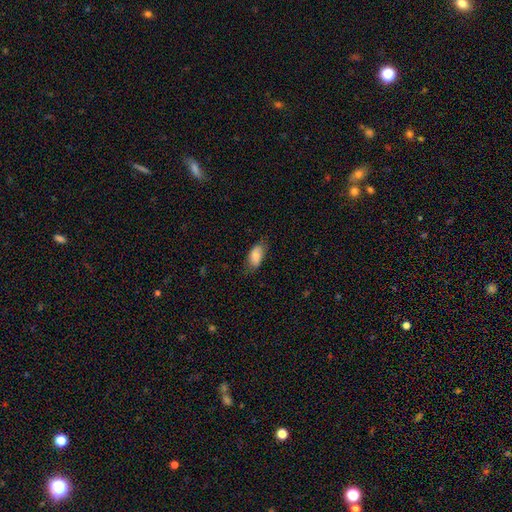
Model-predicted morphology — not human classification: Smooth or featured?
  - smooth: 82% *
  - featured or disk: 12%
  - star or artifact: 7%
How rounded?
  - in between: 92% *
  - cigar-shaped: 4%
  - round: 4%
Merging?
  - none: 71% *
  - minor disturbance: 22%
  - major disturbance: 5%
  - merger: 1%